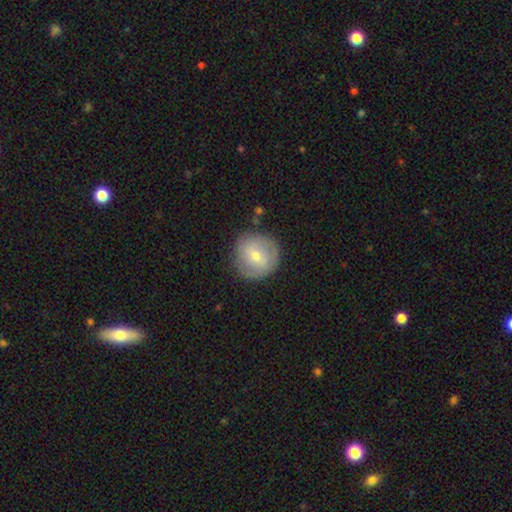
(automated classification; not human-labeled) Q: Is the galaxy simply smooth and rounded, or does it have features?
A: smooth — 54%.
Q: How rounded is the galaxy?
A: round — 93%.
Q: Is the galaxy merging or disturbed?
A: none — 83%.